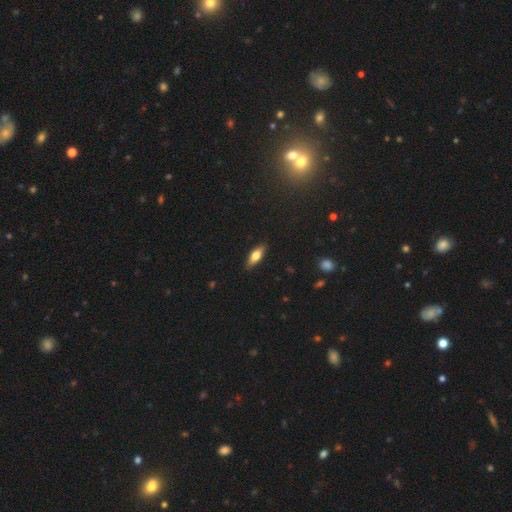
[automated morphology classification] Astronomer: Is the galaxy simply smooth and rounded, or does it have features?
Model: smooth — 68%.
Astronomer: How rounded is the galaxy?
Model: in between — 64%.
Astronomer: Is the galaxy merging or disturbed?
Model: none — 87%.